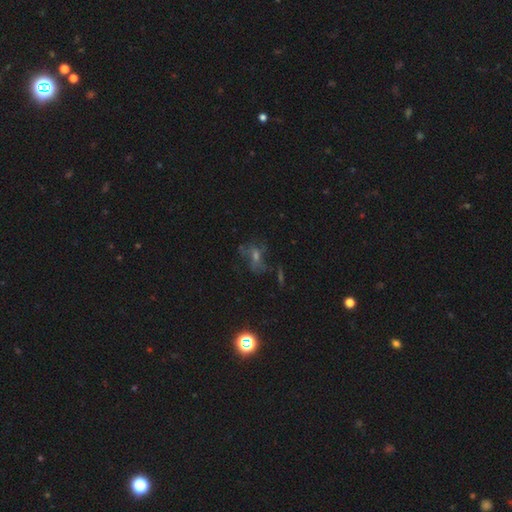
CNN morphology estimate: Smooth or featured? featured or disk (40%)
Merging? none (52%)